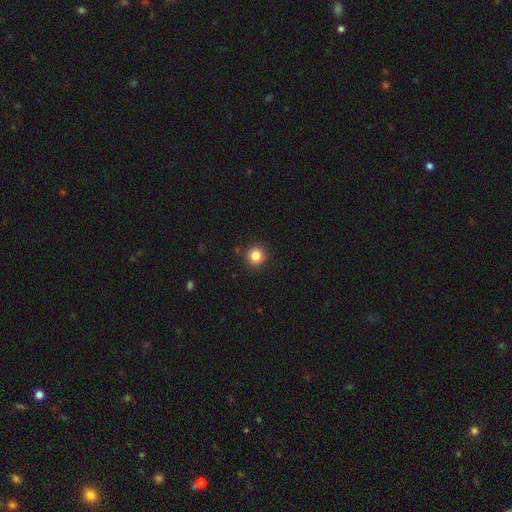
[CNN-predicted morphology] smooth-or-featured: smooth: 83% | star or artifact: 12% | featured or disk: 5%
  how-rounded: round: 92% | in between: 7% | cigar-shaped: 1%
  merging: none: 87% | minor disturbance: 8% | merger: 2% | major disturbance: 2%